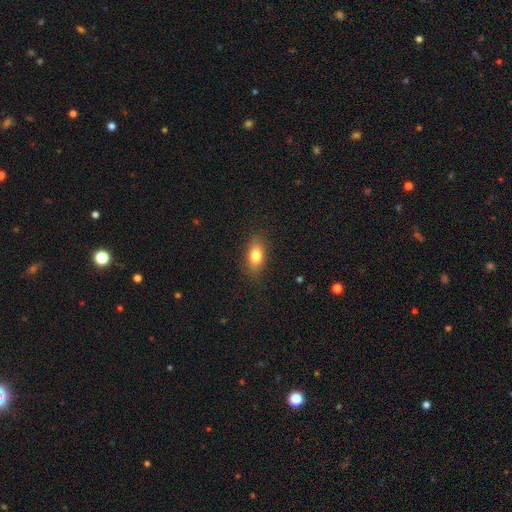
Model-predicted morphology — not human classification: A smooth galaxy with no disk features (81%) that is in between round and cigar-shaped (84%). Merging: none (85%).